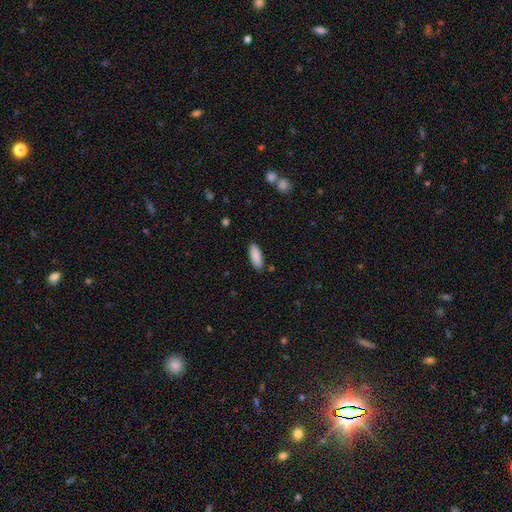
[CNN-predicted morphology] type=smooth (89%); roundness=in between (68%); merging=none (87%).